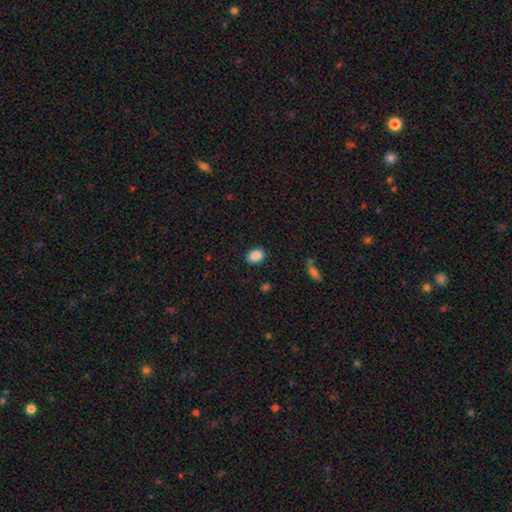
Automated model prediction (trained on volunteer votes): The model was most divided on "how rounded": in between: 75%, round: 24%, cigar-shaped: 1%. More confident: smooth or featured — smooth (89%); merging — none (87%).